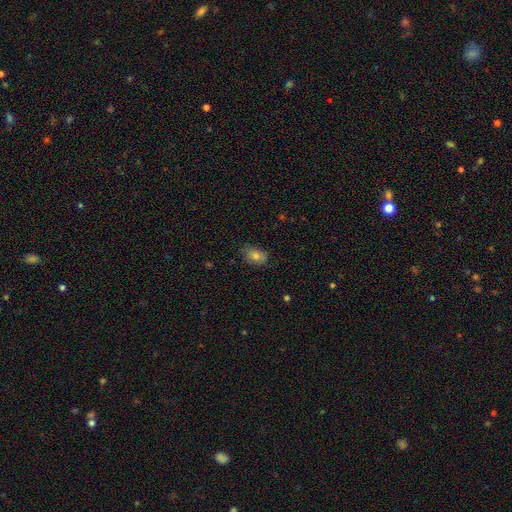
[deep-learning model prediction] A smooth galaxy with no disk features (74%) that is in between round and cigar-shaped (84%). Merging: none (74%).